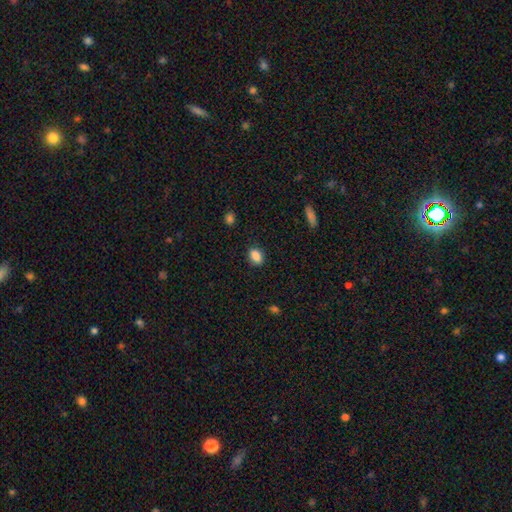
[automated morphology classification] type=smooth (87%); roundness=in between (77%); merging=none (85%).